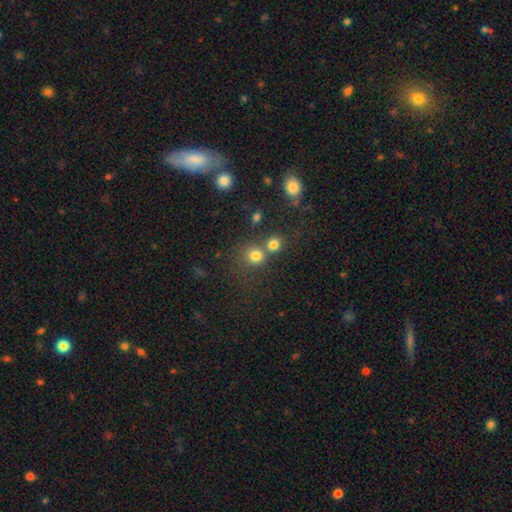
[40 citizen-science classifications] A smooth galaxy with no disk features (88%) that is round (77%). Merging: none (53%).